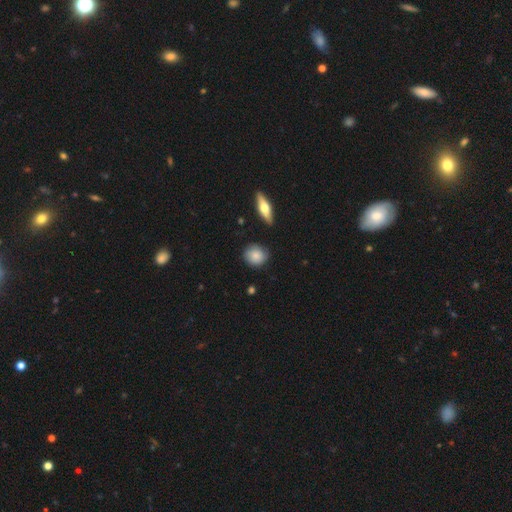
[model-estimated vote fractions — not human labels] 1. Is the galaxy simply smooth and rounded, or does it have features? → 83% smooth, 10% featured or disk, 7% star or artifact.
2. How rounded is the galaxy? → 77% round, 21% in between, 2% cigar-shaped.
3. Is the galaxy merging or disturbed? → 81% none, 15% minor disturbance, 3% major disturbance, 2% merger.